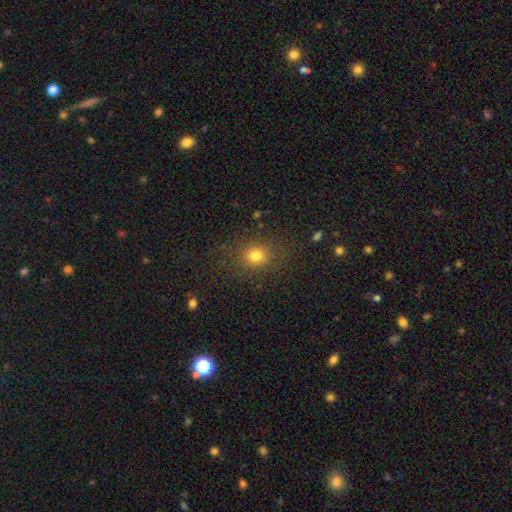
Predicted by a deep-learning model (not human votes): Smooth or featured? smooth (77%)
How rounded? round (66%)
Merging? none (83%)